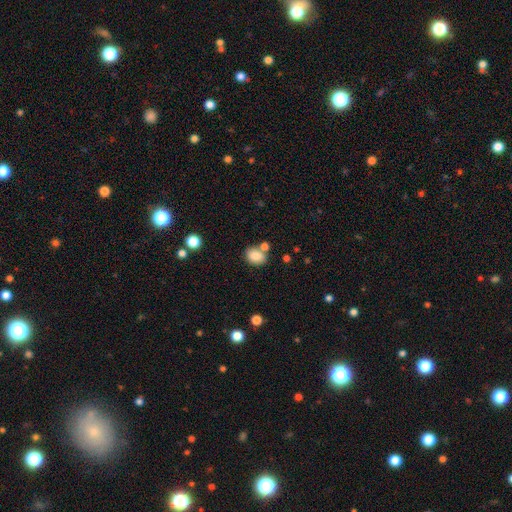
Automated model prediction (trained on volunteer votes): smooth 83%, star or artifact 9%, featured or disk 7%. Down the decision tree: how rounded — in between (61%); merging — none (62%).